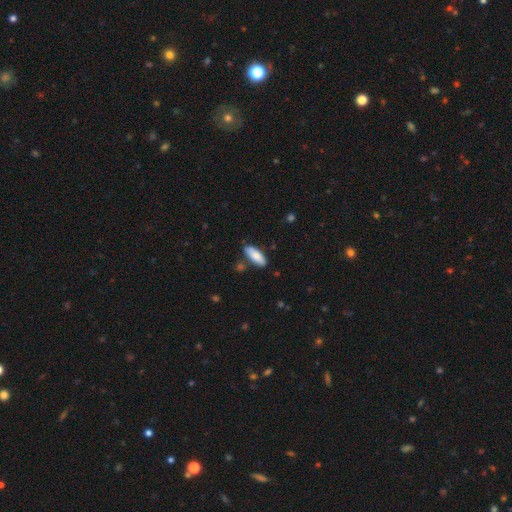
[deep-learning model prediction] Smooth or featured? smooth (83%)
How rounded? in between (73%)
Merging? none (81%)